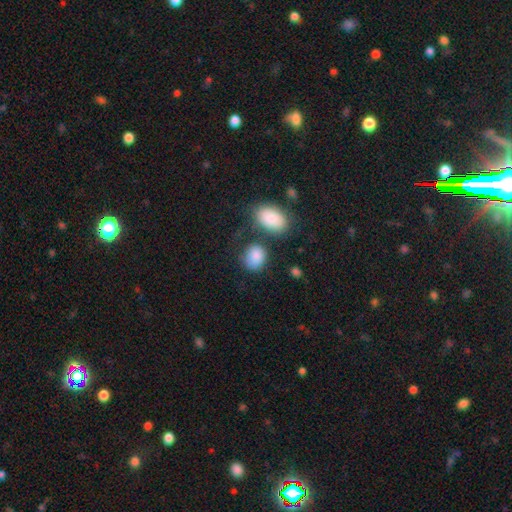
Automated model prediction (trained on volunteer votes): Morphology: type=smooth (85%); roundness=in between (51%); merging=none (62%).